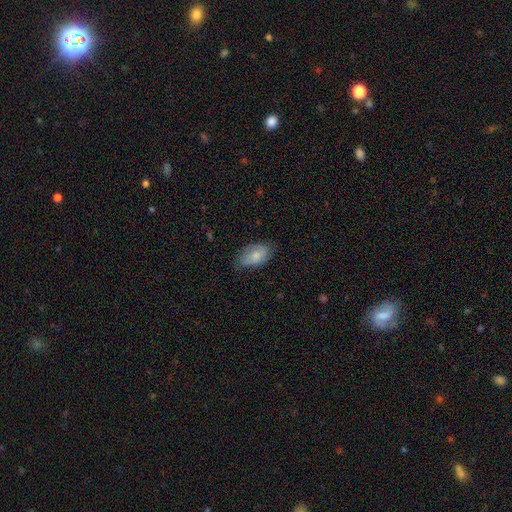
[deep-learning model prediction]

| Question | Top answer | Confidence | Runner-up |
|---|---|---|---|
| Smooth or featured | smooth | 77% | featured or disk (17%) |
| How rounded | in between | 93% | round (5%) |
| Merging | none | 60% | minor disturbance (32%) |